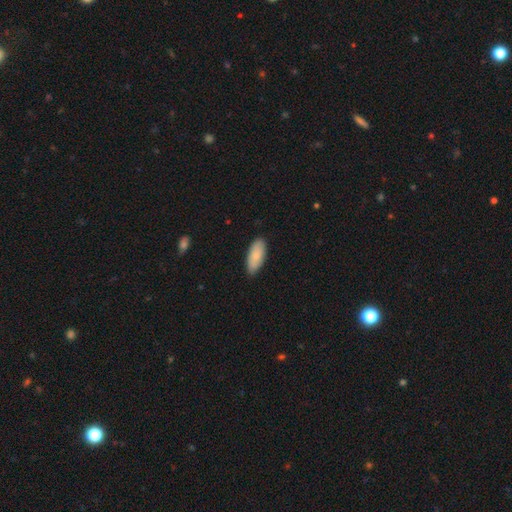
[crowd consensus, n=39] Volunteers were most divided on "smooth or featured": smooth: 87%, featured or disk: 8%, star or artifact: 5%. More confident: how rounded — in between (97%); merging — none (92%).